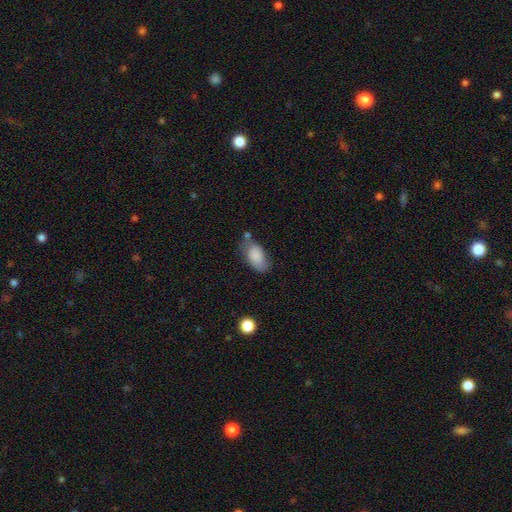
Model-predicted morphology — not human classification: type=smooth (83%); roundness=in between (93%); merging=none (56%).